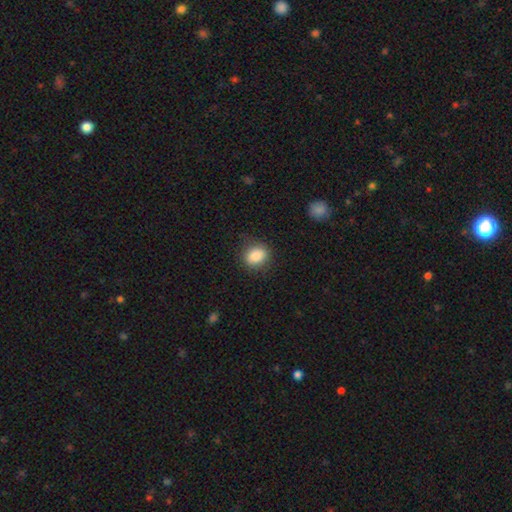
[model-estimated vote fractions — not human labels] Smooth or featured? smooth (85%)
How rounded? round (54%)
Merging? none (83%)